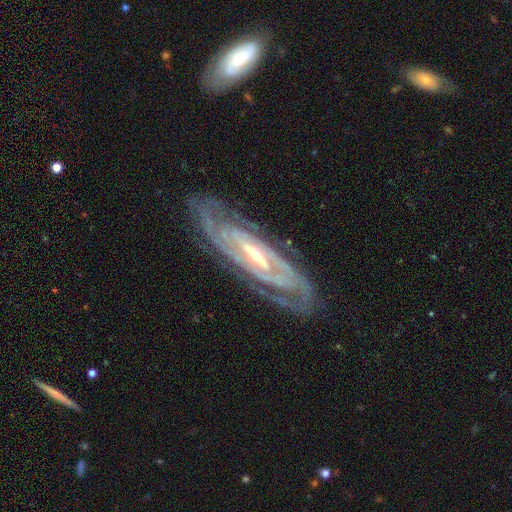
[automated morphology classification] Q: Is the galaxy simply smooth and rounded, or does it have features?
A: featured or disk — 90%.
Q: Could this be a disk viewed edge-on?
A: no — 86%.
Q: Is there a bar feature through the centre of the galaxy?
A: strong — 40%.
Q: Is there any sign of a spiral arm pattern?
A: yes — 96%.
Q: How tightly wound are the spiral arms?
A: tight — 75%.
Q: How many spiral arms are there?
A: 2 — 29%.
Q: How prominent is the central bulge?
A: small — 58%.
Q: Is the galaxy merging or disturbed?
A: none — 80%.